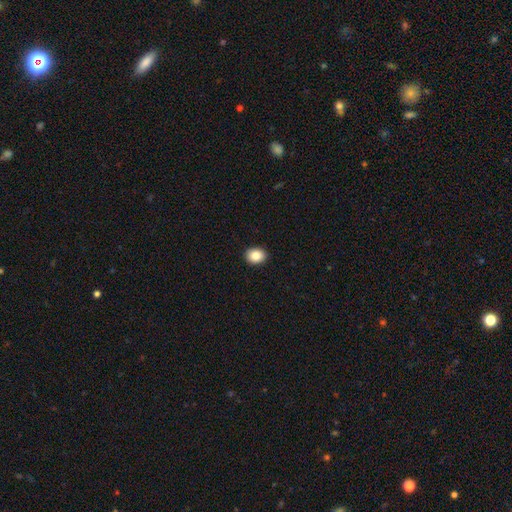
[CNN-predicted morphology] A smooth galaxy with no disk features (86%) that is round (53%).

Vote fractions:
- Smooth or featured? smooth: 86% / star or artifact: 9% / featured or disk: 5%
- How rounded? round: 53% / in between: 46% / cigar-shaped: 1%
- Merging? none: 92% / minor disturbance: 6% / major disturbance: 2% / merger: 1%